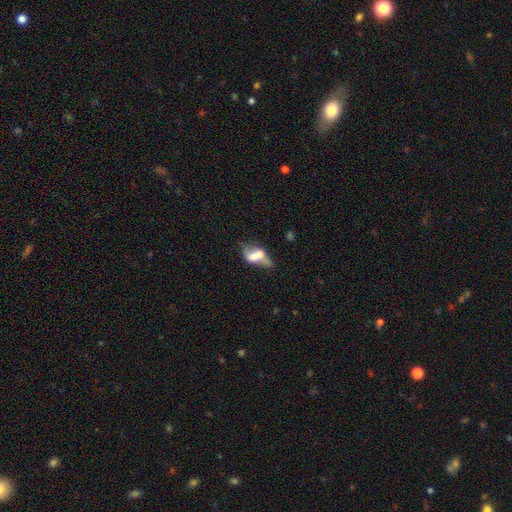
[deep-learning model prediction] Smooth or featured? featured or disk (47%)
Merging? merger (37%)